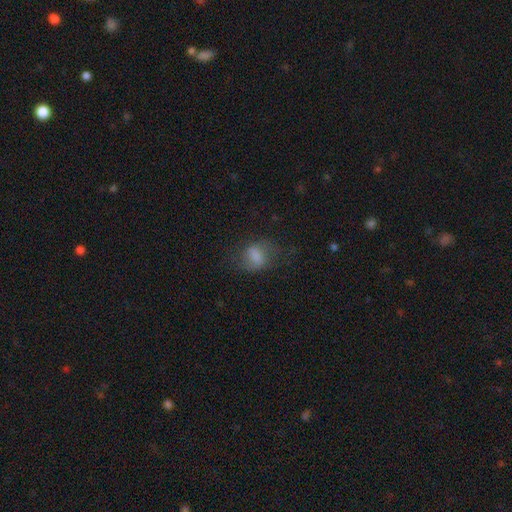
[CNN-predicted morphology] A smooth galaxy with no disk features (65%) that is in between round and cigar-shaped (69%).

Vote fractions:
- Smooth or featured? smooth: 65% / featured or disk: 24% / star or artifact: 11%
- How rounded? in between: 69% / round: 28% / cigar-shaped: 3%
- Merging? none: 60% / minor disturbance: 22% / major disturbance: 16% / merger: 2%